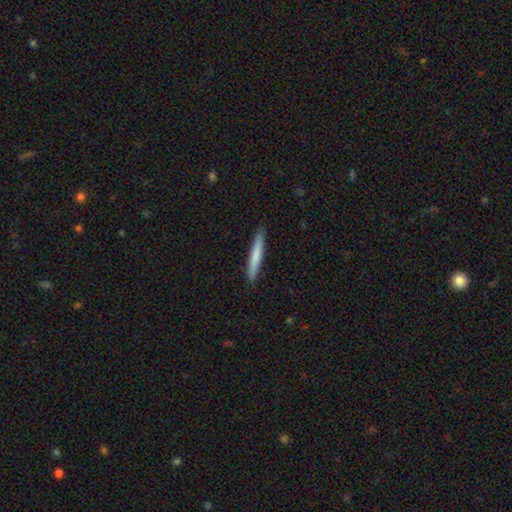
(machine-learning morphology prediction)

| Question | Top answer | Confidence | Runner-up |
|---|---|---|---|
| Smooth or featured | smooth | 73% | featured or disk (22%) |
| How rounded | cigar-shaped | 96% | in between (3%) |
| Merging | none | 90% | minor disturbance (7%) |